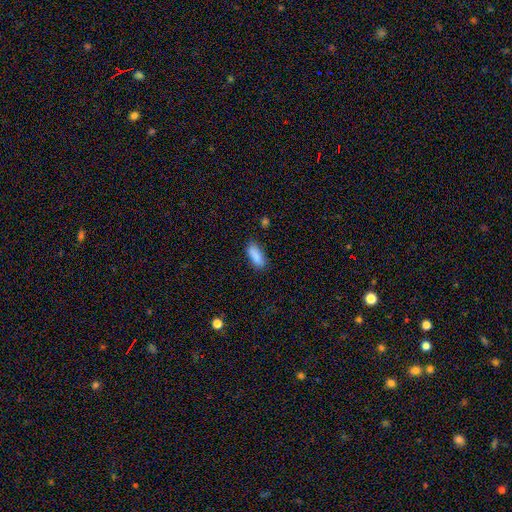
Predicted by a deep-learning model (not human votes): smooth_or_featured: smooth (p=0.89) [alt: star or artifact p=0.07]
how_rounded: in between (p=0.75) [alt: cigar-shaped p=0.23]
merging: none (p=0.82) [alt: minor disturbance p=0.13]